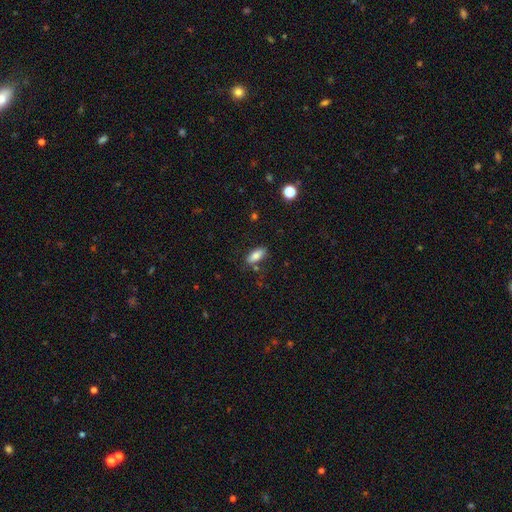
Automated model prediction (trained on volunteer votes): Smooth or featured? Predicted: smooth (p=0.80). How rounded? Predicted: in between (p=0.76). Merging? Predicted: none (p=0.78).